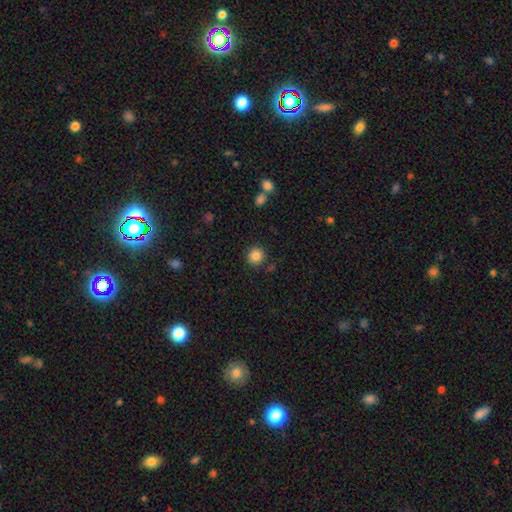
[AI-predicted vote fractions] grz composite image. It shows a smooth galaxy with no disk features (86%) that is round (93%). Merging: none (87%).